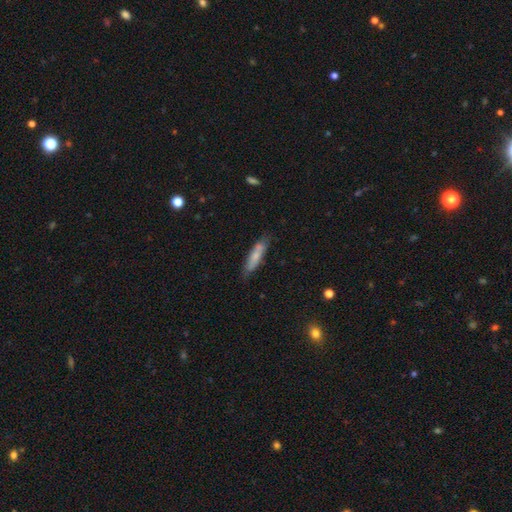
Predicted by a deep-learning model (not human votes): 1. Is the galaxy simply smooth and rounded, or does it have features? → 66% smooth, 28% featured or disk, 6% star or artifact.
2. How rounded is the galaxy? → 77% cigar-shaped, 22% in between, 2% round.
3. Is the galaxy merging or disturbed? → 73% none, 19% minor disturbance, 5% merger, 4% major disturbance.